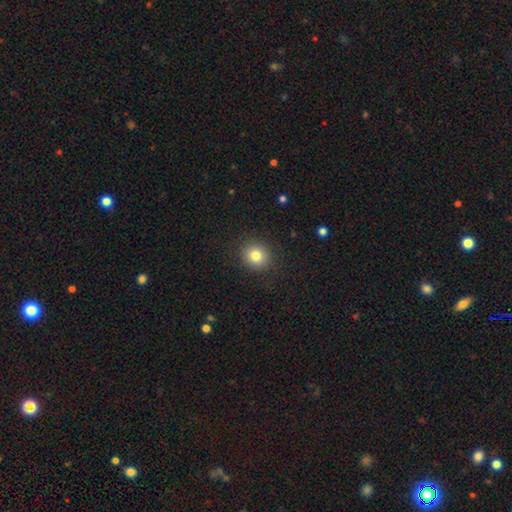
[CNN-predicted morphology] This is clearly a smooth galaxy (81%). How rounded: clearly round (85%). Merging: clearly none (89%).